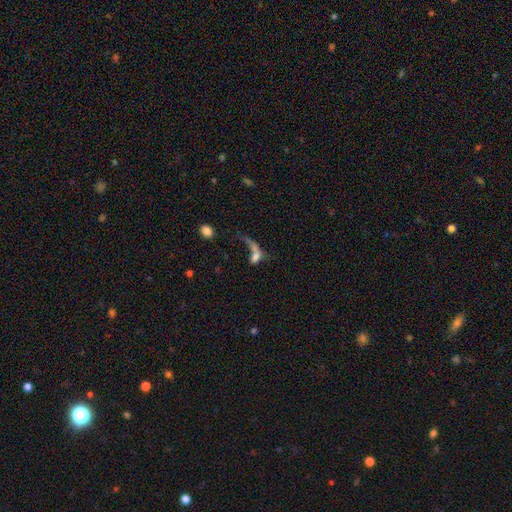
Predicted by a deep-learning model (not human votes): smooth_or_featured: smooth (p=0.55) [alt: featured or disk p=0.31]
how_rounded: in between (p=0.62) [alt: cigar-shaped p=0.22]
merging: merger (p=0.40) [alt: major disturbance p=0.32]